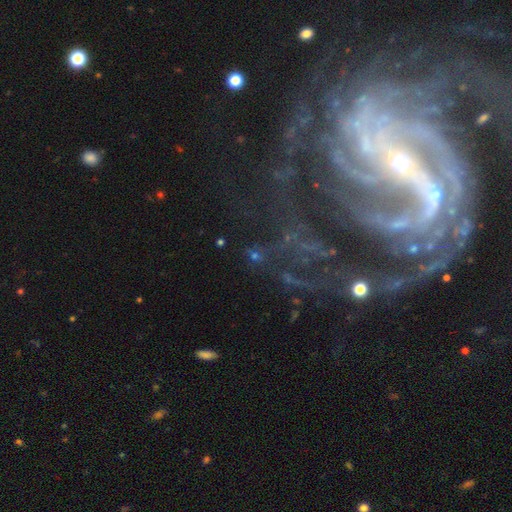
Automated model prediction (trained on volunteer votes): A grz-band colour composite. It shows a star or artifact, not a galaxy (43%).